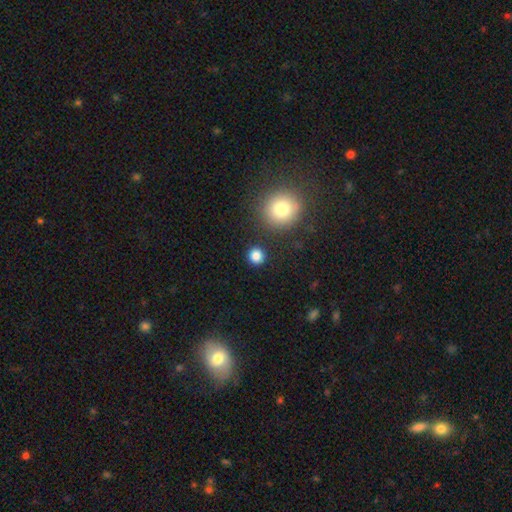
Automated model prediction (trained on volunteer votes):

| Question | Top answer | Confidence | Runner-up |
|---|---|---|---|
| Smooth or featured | smooth | 84% | star or artifact (12%) |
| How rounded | round | 92% | in between (7%) |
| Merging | none | 89% | minor disturbance (6%) |